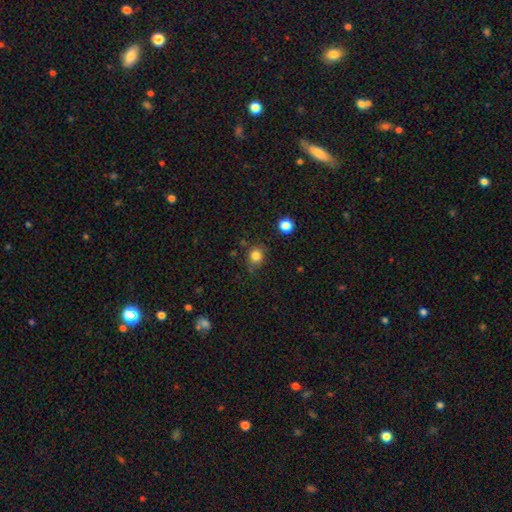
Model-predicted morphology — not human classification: This is clearly a smooth galaxy (82%). How rounded: likely round (74%). Merging: likely none (74%).